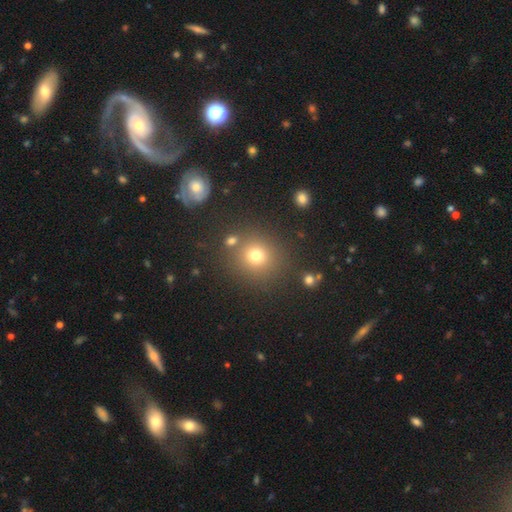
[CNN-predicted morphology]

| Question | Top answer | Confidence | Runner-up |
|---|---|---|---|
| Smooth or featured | smooth | 73% | star or artifact (18%) |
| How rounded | round | 87% | in between (12%) |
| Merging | none | 79% | minor disturbance (9%) |